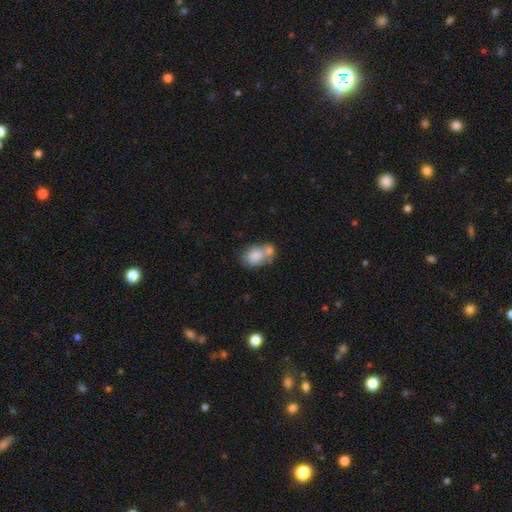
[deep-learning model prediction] This is likely a smooth galaxy (73%). How rounded: clearly in between (80%). Merging: possibly merger (47%).